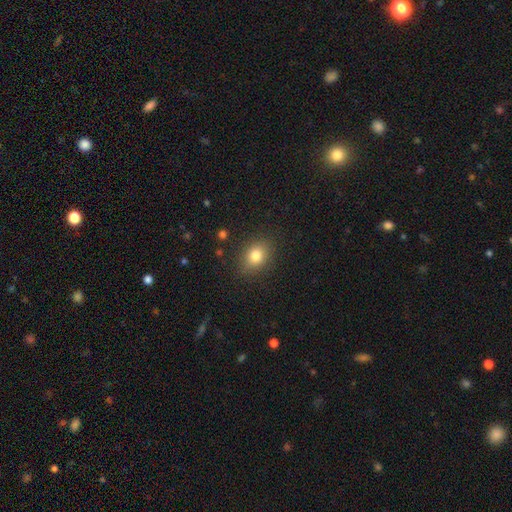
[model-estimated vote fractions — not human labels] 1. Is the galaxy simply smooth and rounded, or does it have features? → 80% smooth, 11% star or artifact, 9% featured or disk.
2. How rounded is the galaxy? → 57% in between, 41% round, 1% cigar-shaped.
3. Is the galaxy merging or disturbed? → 85% none, 10% minor disturbance, 3% major disturbance, 1% merger.